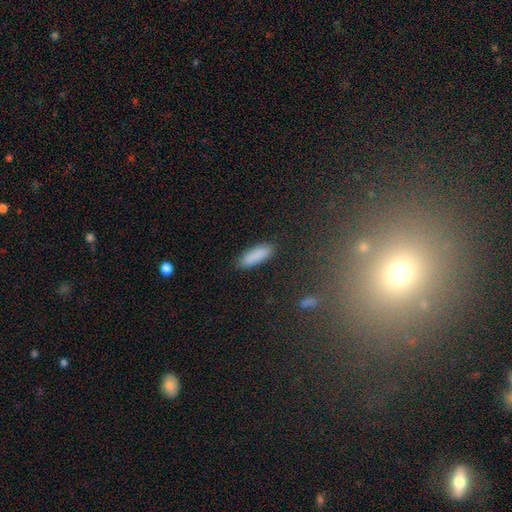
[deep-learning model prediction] The model was most divided on "how rounded": in between: 56%, cigar-shaped: 42%, round: 2%. More confident: smooth or featured — smooth (87%); merging — none (85%).